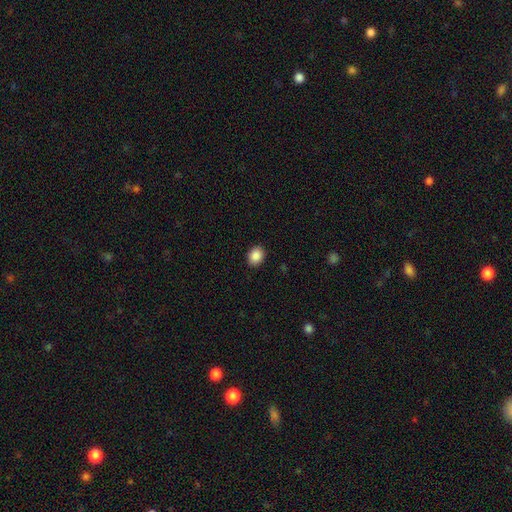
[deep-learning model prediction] Q: Smooth or featured?
A: smooth (88%); runner-up: star or artifact (8%)
Q: How rounded?
A: in between (53%); runner-up: round (46%)
Q: Merging?
A: none (91%); runner-up: minor disturbance (7%)